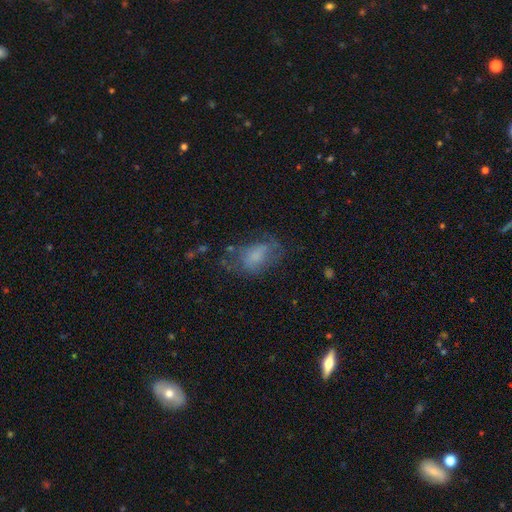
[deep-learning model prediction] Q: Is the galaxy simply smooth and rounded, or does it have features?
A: smooth — 58%.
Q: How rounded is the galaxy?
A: in between — 83%.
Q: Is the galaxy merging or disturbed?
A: none — 44%.